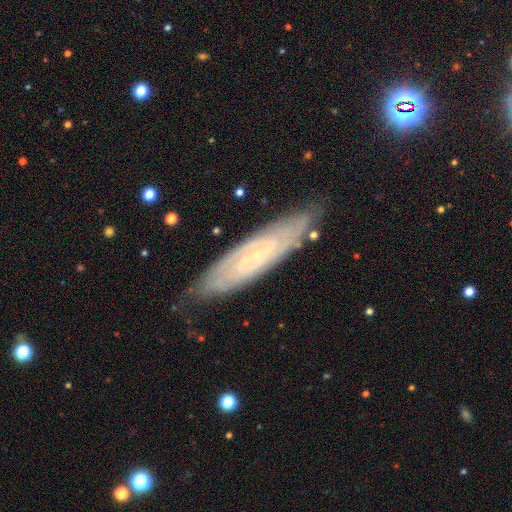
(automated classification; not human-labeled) Smooth or featured? featured or disk (73%)
Edge-on disk? no (73%)
Bar? no (59%)
Spiral arms? yes (91%)
Bulge size? small (77%)
Merging? none (76%)